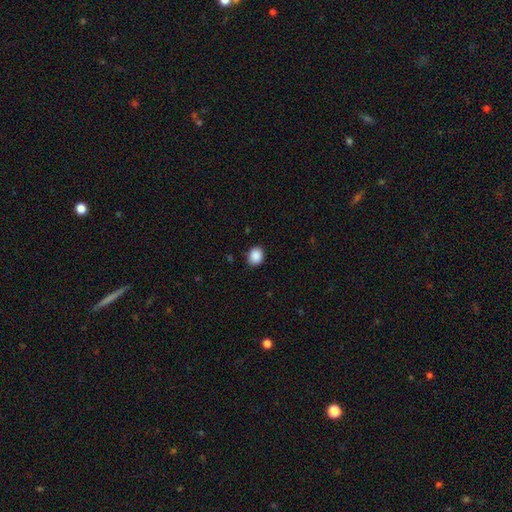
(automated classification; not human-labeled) smooth-or-featured: smooth: 89% | star or artifact: 9% | featured or disk: 3%
  how-rounded: round: 61% | in between: 38% | cigar-shaped: 1%
  merging: none: 86% | minor disturbance: 11% | major disturbance: 2% | merger: 1%